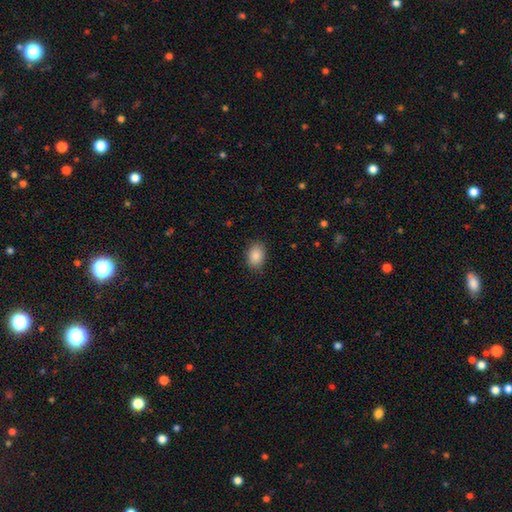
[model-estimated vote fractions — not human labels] smooth-or-featured: smooth: 88% | star or artifact: 8% | featured or disk: 4%
  how-rounded: in between: 76% | round: 23% | cigar-shaped: 1%
  merging: none: 86% | minor disturbance: 10% | major disturbance: 3% | merger: 1%